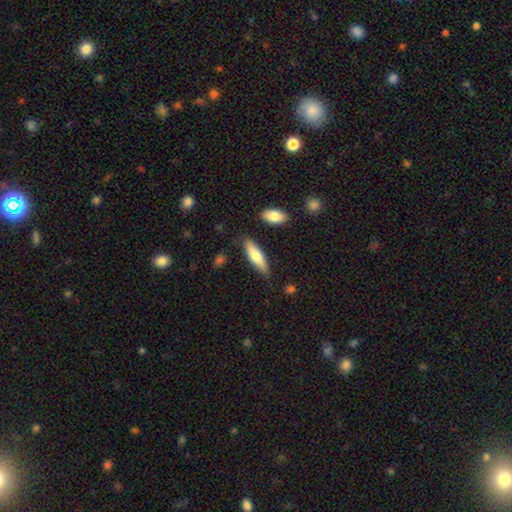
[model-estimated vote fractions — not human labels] The model was most divided on "how rounded": cigar-shaped: 60%, in between: 38%, round: 2%. More confident: merging — none (80%); smooth or featured — smooth (70%).